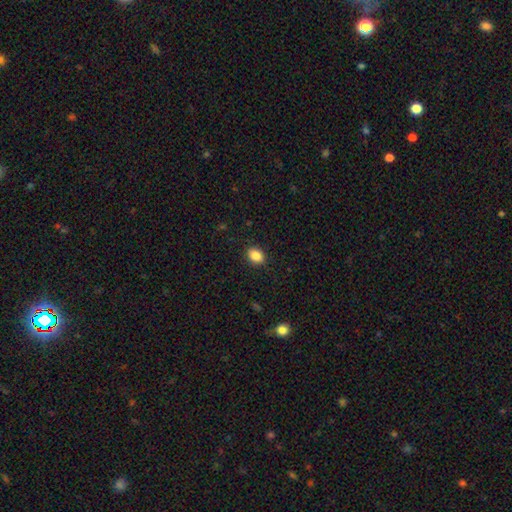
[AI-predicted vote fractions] Smooth or featured? smooth (87%)
How rounded? in between (70%)
Merging? none (88%)